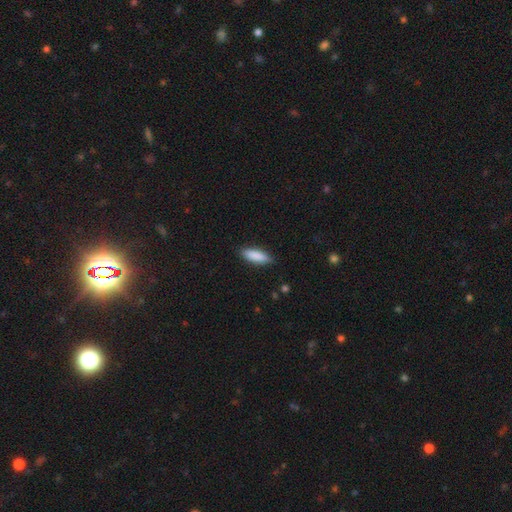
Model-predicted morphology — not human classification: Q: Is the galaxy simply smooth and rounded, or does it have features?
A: smooth — 87%.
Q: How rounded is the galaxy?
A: in between — 53%.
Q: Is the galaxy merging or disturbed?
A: none — 86%.